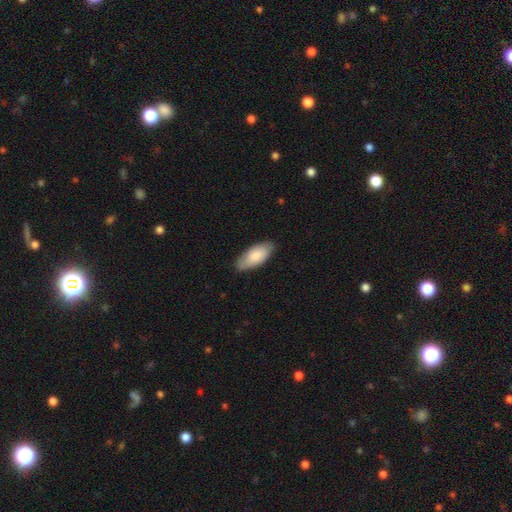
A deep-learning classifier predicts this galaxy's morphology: This is clearly a smooth galaxy (83%). How rounded: clearly in between (87%). Merging: clearly none (82%).